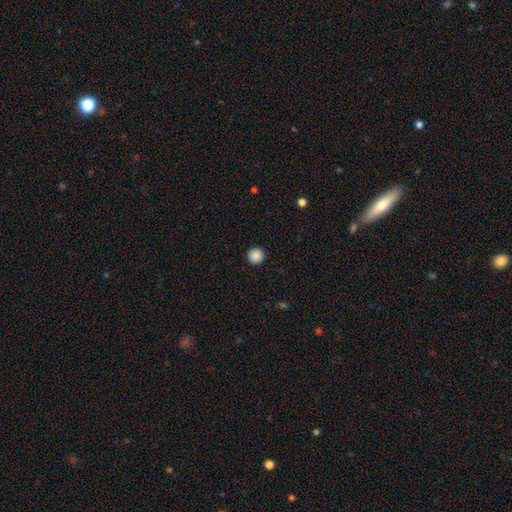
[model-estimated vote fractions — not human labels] This appears to be a smooth galaxy with no disk features (88%) that is round (96%). Merging: none (93%).